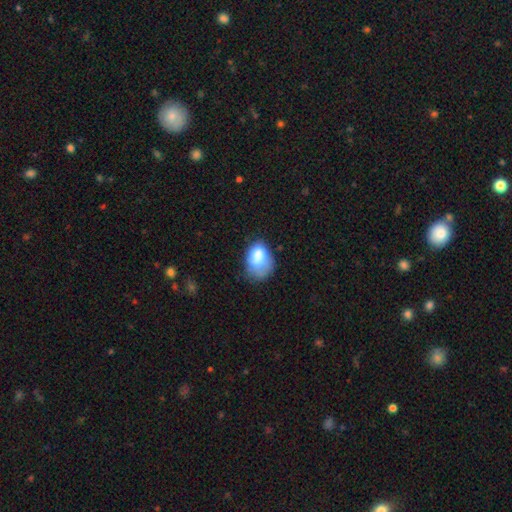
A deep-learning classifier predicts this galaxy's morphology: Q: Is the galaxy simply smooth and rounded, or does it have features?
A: smooth — 73%.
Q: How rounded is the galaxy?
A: in between — 75%.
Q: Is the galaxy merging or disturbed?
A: none — 36%.